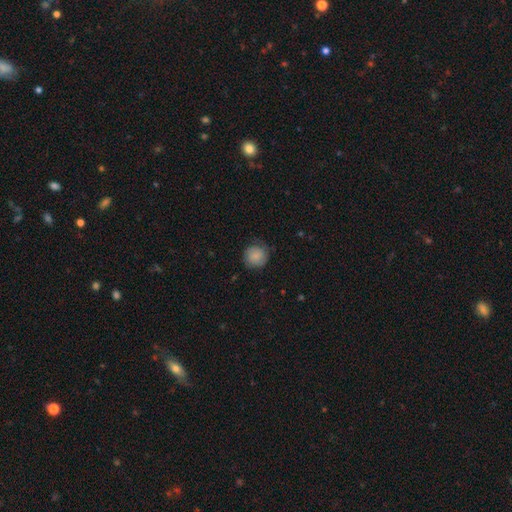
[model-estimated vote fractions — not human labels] Q: Smooth or featured?
A: smooth (78%); runner-up: featured or disk (14%)
Q: How rounded?
A: round (89%); runner-up: in between (10%)
Q: Merging?
A: none (74%); runner-up: minor disturbance (20%)